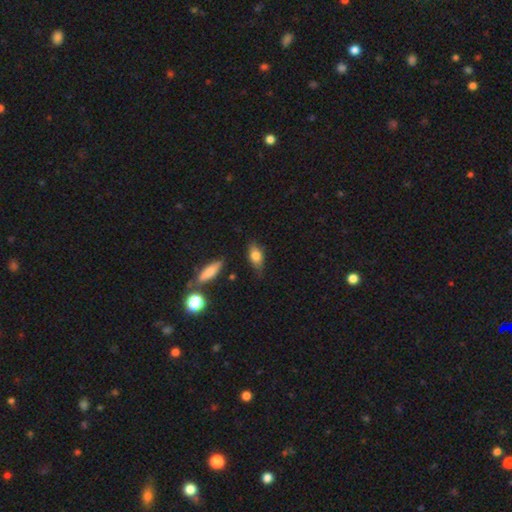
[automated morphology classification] This appears to be a smooth galaxy with no disk features (72%) that is in between round and cigar-shaped (79%). Merging: none (70%).